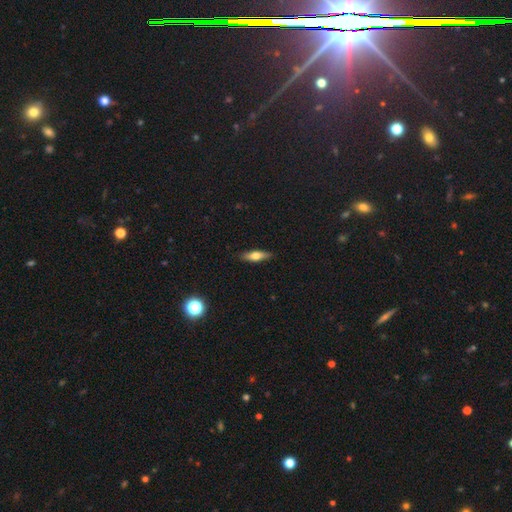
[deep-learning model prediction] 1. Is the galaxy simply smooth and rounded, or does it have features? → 56% smooth, 37% featured or disk, 7% star or artifact.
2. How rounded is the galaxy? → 60% cigar-shaped, 37% in between, 3% round.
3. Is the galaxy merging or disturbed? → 88% none, 9% minor disturbance, 2% major disturbance, 1% merger.